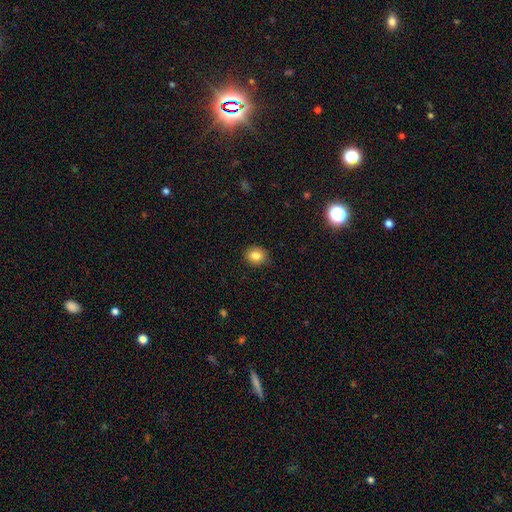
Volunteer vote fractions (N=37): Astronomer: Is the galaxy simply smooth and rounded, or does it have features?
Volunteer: smooth — 86%.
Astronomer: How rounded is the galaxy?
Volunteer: round — 62%.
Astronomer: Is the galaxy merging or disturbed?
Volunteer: none — 83%.